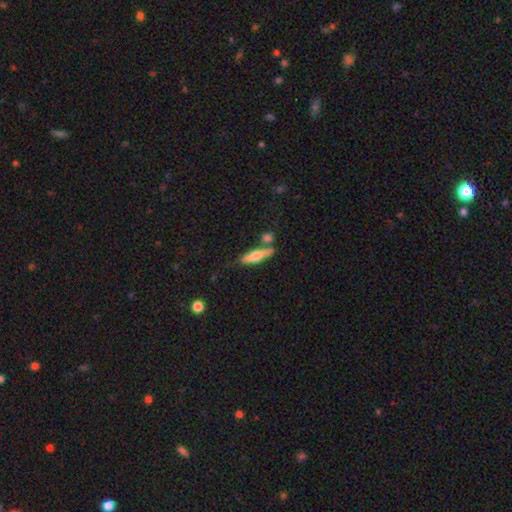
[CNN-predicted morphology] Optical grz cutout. It shows a smooth galaxy with no disk features (55%) that is cigar-shaped (72%). Merging: none (66%).